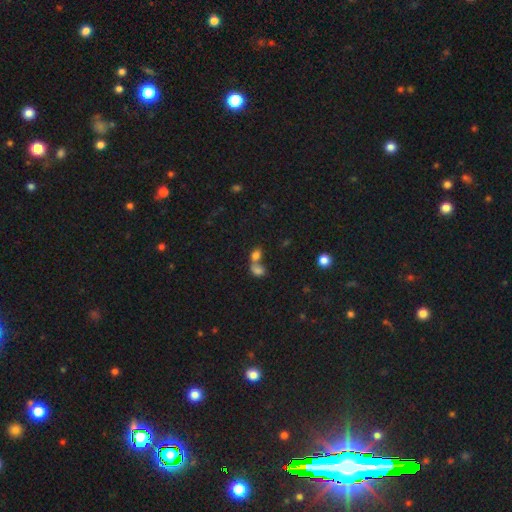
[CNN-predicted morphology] The model was most divided on "merging": merger: 67%, none: 22%, minor disturbance: 6%, major disturbance: 4%. More confident: smooth or featured — smooth (77%); how rounded — in between (73%).